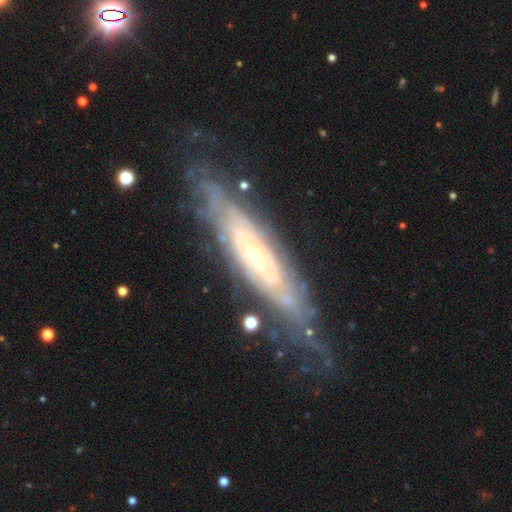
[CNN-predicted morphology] smooth-or-featured: featured or disk: 82% | smooth: 11% | star or artifact: 6%
  disk-edge-on: no: 69% | yes: 31%
    bar: no: 71% | weak: 21% | strong: 7%
    has-spiral-arms: yes: 89% | no: 11%
      spiral-winding: tight: 77% | medium: 18% | loose: 5%
      spiral-arm-count: can't tell: 67% | 2: 11% | more than 4: 7% | 4: 6% | 3: 6% | 1: 3%
    bulge-size: small: 70% | moderate: 23% | large: 3% | none: 3% | dominant: 1%
  merging: none: 71% | minor disturbance: 19% | major disturbance: 8% | merger: 2%